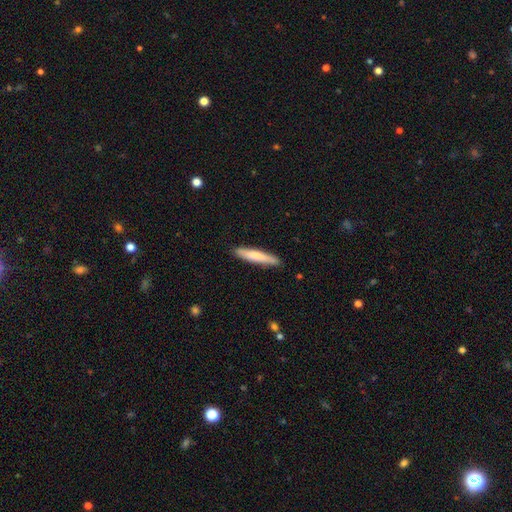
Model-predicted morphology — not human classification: This appears to be a smooth galaxy with no disk features (74%) that is cigar-shaped (89%). Merging: none (88%).